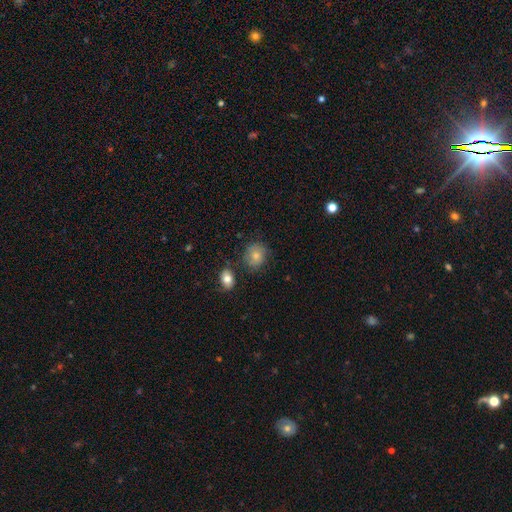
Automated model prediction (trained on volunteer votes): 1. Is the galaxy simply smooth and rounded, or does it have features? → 76% smooth, 14% featured or disk, 10% star or artifact.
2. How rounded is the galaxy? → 76% round, 23% in between, 1% cigar-shaped.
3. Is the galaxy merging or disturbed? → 71% none, 18% minor disturbance, 6% major disturbance, 5% merger.